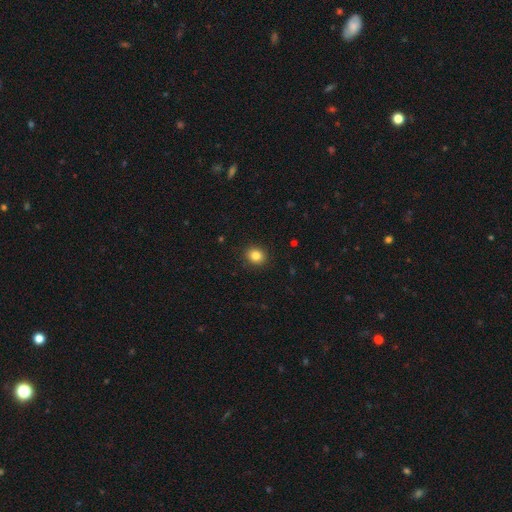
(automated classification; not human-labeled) Smooth or featured: smooth — 84% (star or artifact — 11%)
How rounded: round — 76% (in between — 23%)
Merging: none — 91% (minor disturbance — 6%)